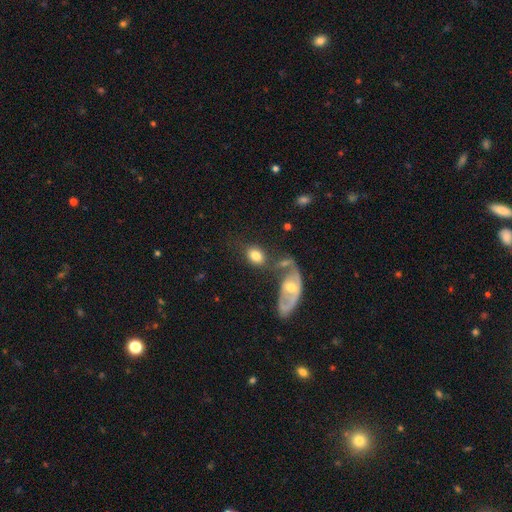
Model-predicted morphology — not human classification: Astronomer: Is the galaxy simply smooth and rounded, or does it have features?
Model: smooth — 72%.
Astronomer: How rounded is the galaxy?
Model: in between — 77%.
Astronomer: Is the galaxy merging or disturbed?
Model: none — 44% (runner-up: merger, 30%).